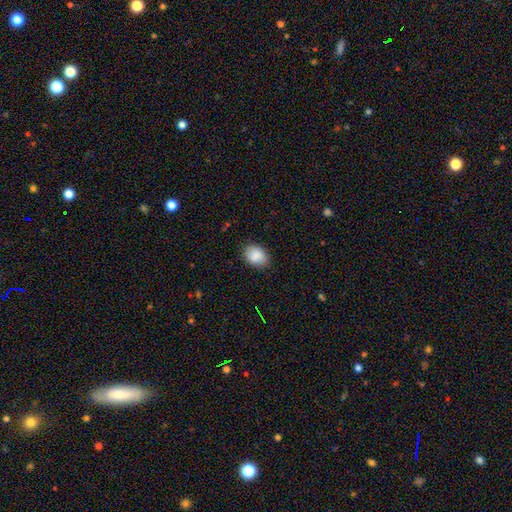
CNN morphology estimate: This appears to be a smooth galaxy with no disk features (88%) that is in between round and cigar-shaped (78%). Merging: none (84%).